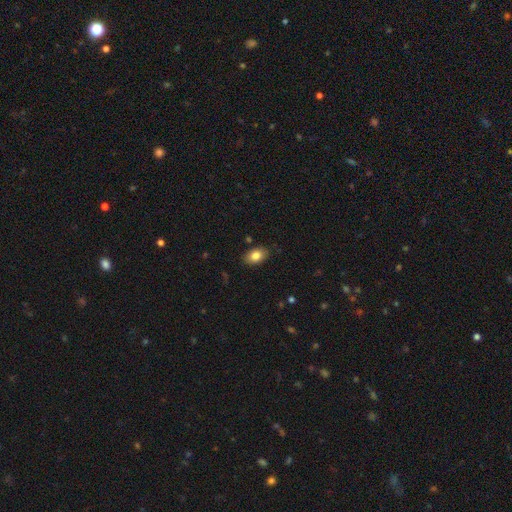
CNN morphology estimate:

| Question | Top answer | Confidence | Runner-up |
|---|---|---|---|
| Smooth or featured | smooth | 83% | featured or disk (9%) |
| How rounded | in between | 88% | round (11%) |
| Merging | none | 85% | minor disturbance (11%) |